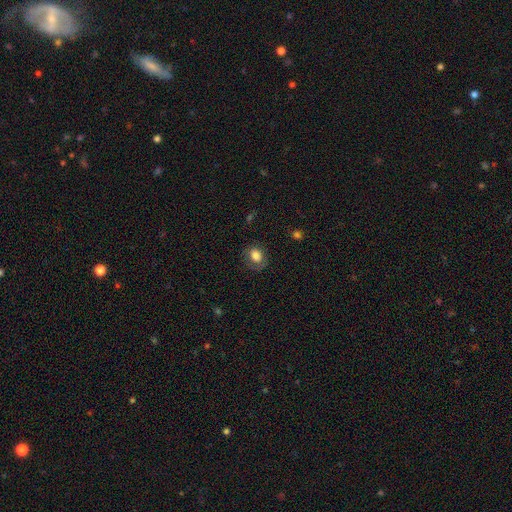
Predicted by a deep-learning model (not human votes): A smooth galaxy with no disk features (78%) that is in between round and cigar-shaped (54%). Merging: none (69%).